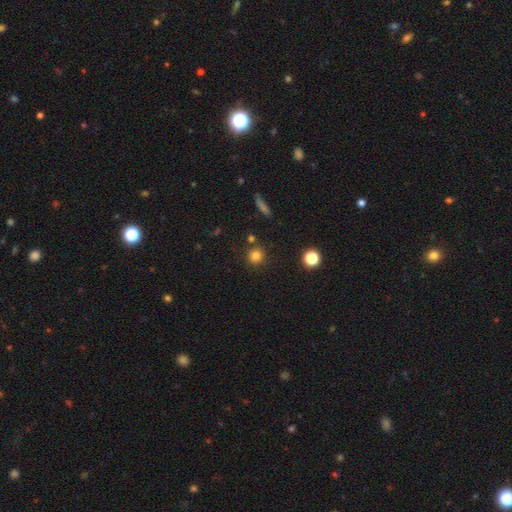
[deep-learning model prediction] This is clearly a smooth galaxy (80%). How rounded: clearly round (90%). Merging: clearly none (83%).